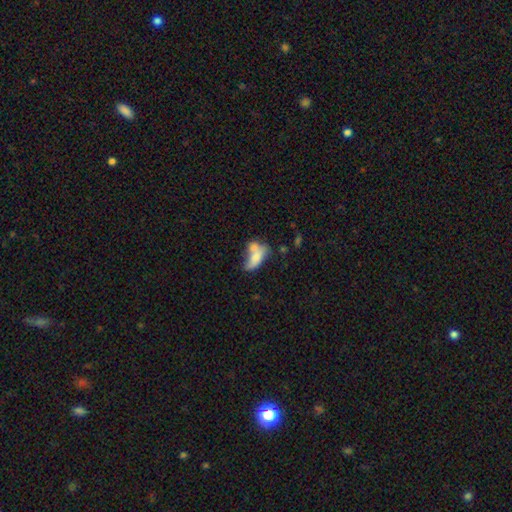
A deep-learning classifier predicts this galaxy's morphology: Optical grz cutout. It shows a smooth galaxy with no disk features (65%) that is in between round and cigar-shaped (84%). Merging: merger (48%).